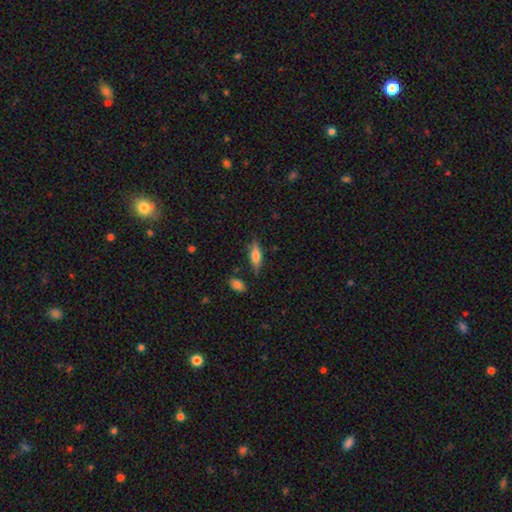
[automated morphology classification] This appears to be a smooth galaxy with no disk features (64%) that is in between round and cigar-shaped (56%). Merging: none (76%).